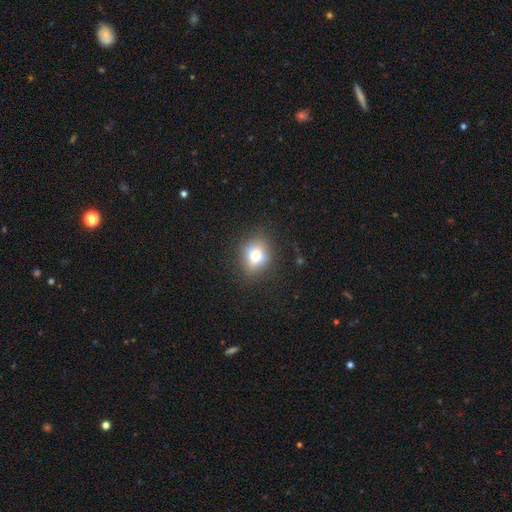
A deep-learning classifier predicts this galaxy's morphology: smooth_or_featured: smooth (p=0.74) [alt: featured or disk p=0.14]
how_rounded: round (p=0.59) [alt: in between p=0.40]
merging: none (p=0.81) [alt: minor disturbance p=0.14]